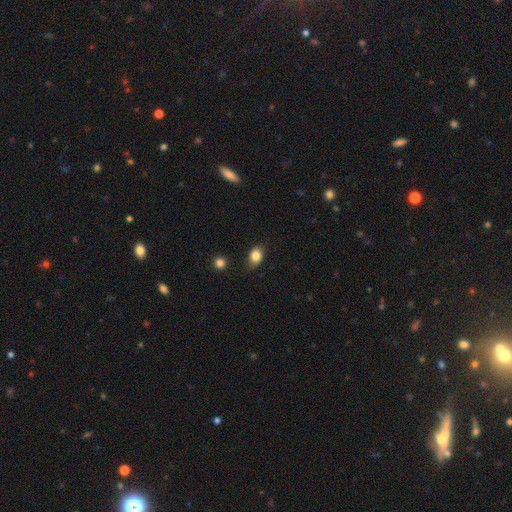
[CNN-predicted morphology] Q: Smooth or featured?
A: smooth (84%); runner-up: star or artifact (9%)
Q: How rounded?
A: in between (69%); runner-up: round (30%)
Q: Merging?
A: none (71%); runner-up: minor disturbance (23%)